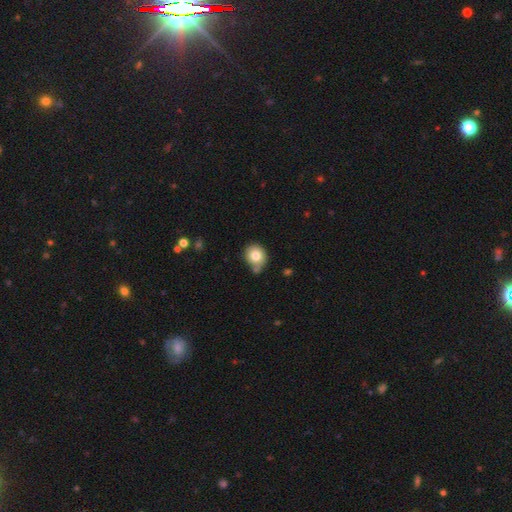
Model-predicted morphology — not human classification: Smooth or featured? Predicted: smooth (p=0.79). How rounded? Predicted: round (p=0.77). Merging? Predicted: none (p=0.61).